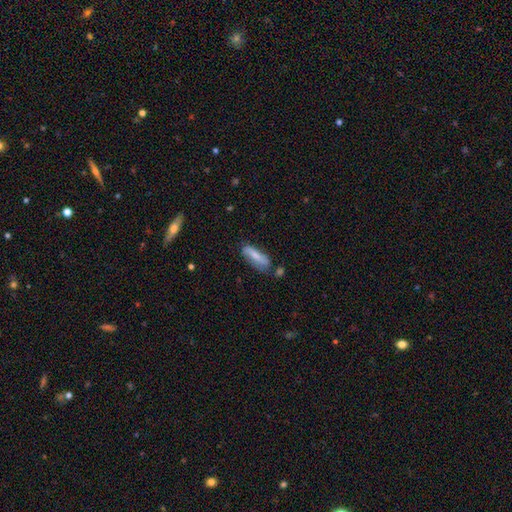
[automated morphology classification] A smooth galaxy with no disk features (68%) that is cigar-shaped (50%). Merging: none (66%).